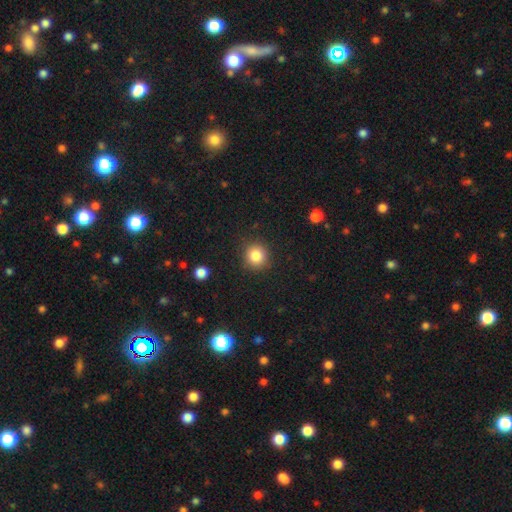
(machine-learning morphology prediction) Smooth or featured? smooth (84%)
How rounded? round (92%)
Merging? none (89%)